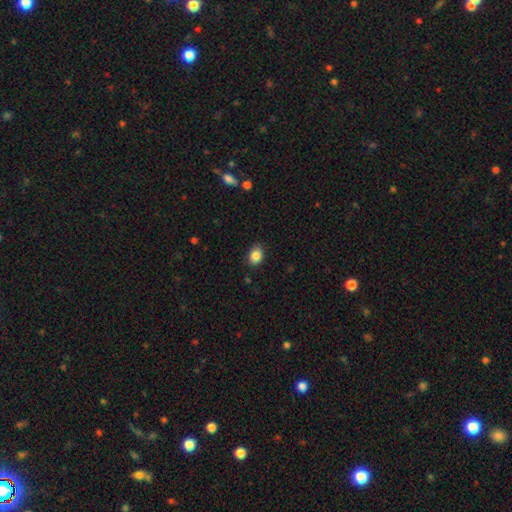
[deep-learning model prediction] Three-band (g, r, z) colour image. It shows a smooth galaxy with no disk features (86%) that is in between round and cigar-shaped (61%). Merging: none (85%).